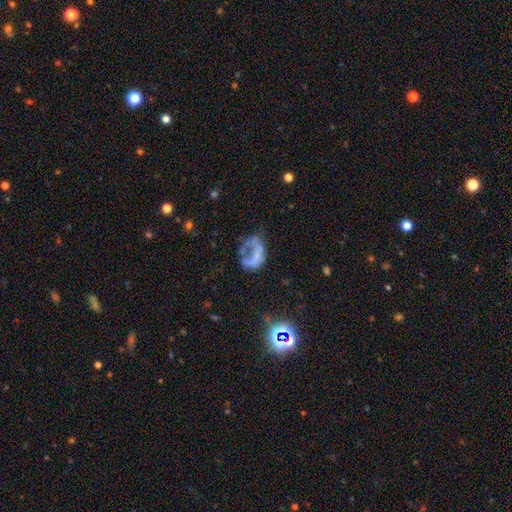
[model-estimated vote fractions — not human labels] Overall: featured or disk (46%; smooth 37%). Merging: major disturbance (48%; none 27%).